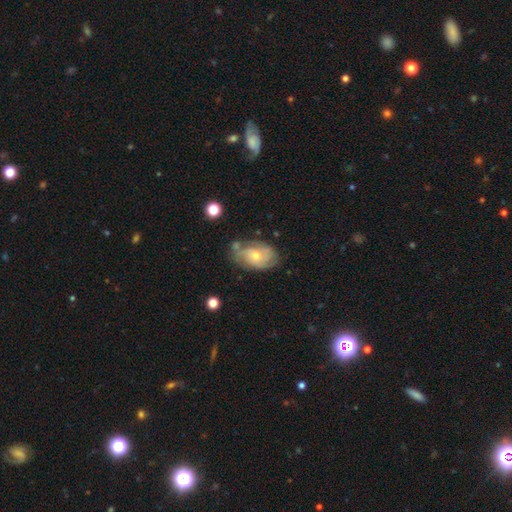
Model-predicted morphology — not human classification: A featured or disk galaxy (61%) with no bar (80%), spiral arms (76%) and a small central bulge (49%).

Vote fractions:
- Smooth or featured? featured or disk: 61% / smooth: 32% / star or artifact: 7%
- Edge-on disk? no: 95% / yes: 5%
- Bar? no: 80% / weak: 17% / strong: 3%
- Spiral arms? yes: 76% / no: 24%
- Bulge size? small: 49% / moderate: 47% / large: 2% / none: 1% / dominant: 1%
- Merging? none: 54% / minor disturbance: 28% / major disturbance: 10% / merger: 8%